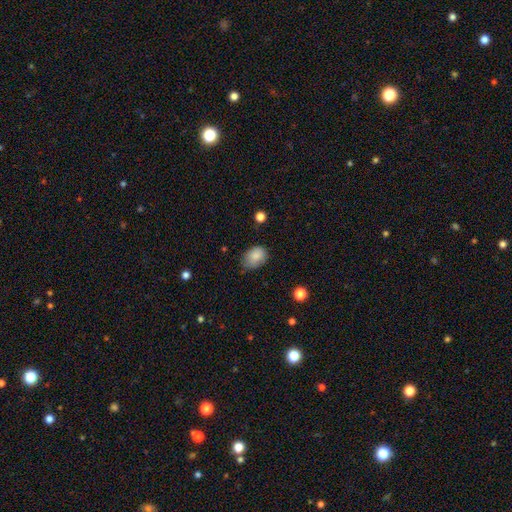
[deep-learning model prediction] The model was most divided on "merging": none: 59%, minor disturbance: 33%, major disturbance: 7%, merger: 2%. More confident: smooth or featured — smooth (85%); how rounded — in between (76%).